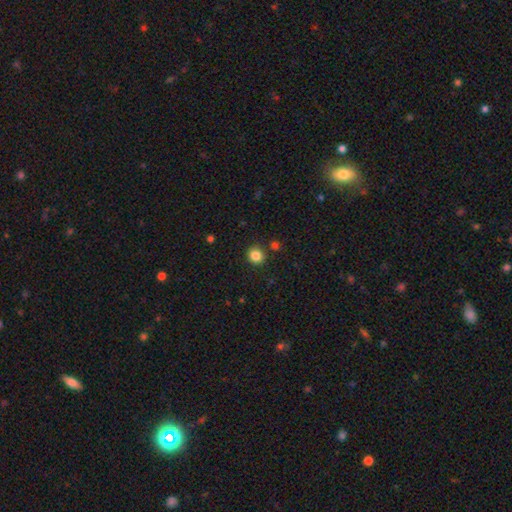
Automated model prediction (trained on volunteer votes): This is clearly a smooth galaxy (84%). How rounded: clearly round (89%). Merging: clearly none (87%).